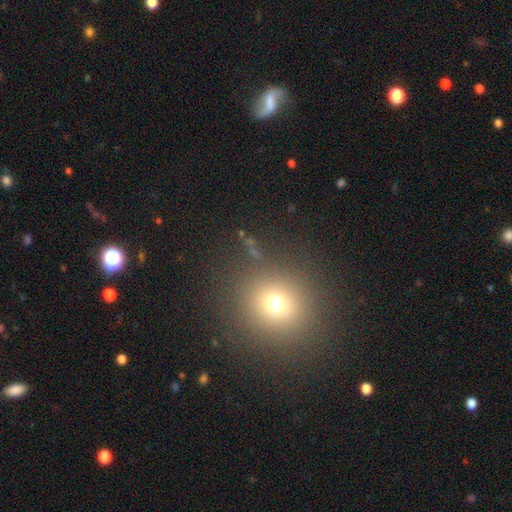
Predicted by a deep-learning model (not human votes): Smooth or featured: smooth — 59% (star or artifact — 31%)
How rounded: round — 87% (in between — 11%)
Merging: none — 86% (minor disturbance — 7%)